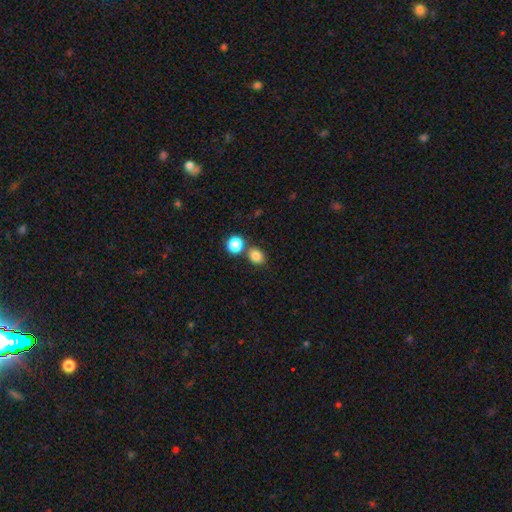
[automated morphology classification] The model was most divided on "how rounded": round: 56%, in between: 43%, cigar-shaped: 1%. More confident: smooth or featured — smooth (83%); merging — none (68%).